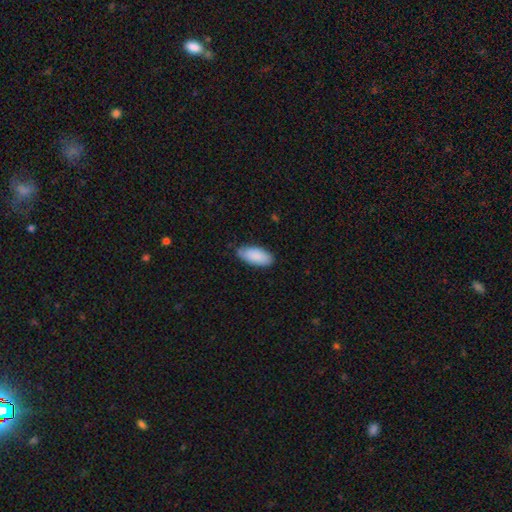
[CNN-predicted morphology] smooth_or_featured: smooth (p=0.88) [alt: featured or disk p=0.06]
how_rounded: in between (p=0.91) [alt: cigar-shaped p=0.07]
merging: none (p=0.78) [alt: minor disturbance p=0.18]